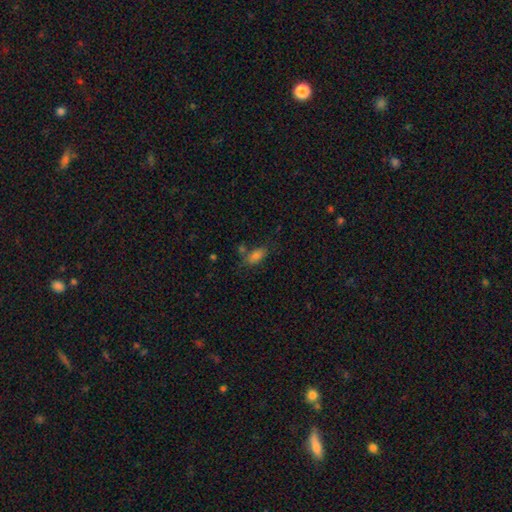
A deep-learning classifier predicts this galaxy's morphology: A smooth galaxy with no disk features (78%) that is in between round and cigar-shaped (87%). Merging: none (64%).